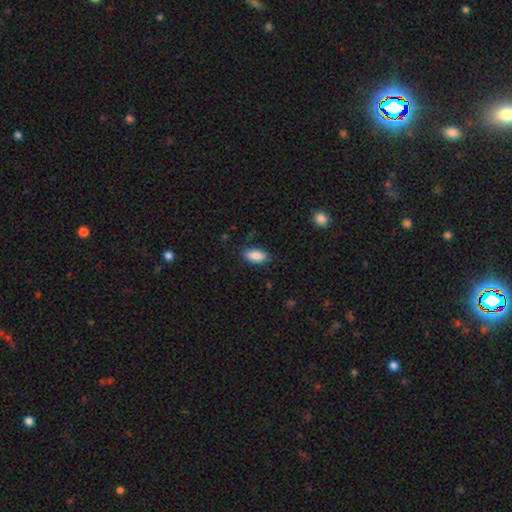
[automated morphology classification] Overall: smooth (89%). How rounded: in between (91%). Merging: none (82%).